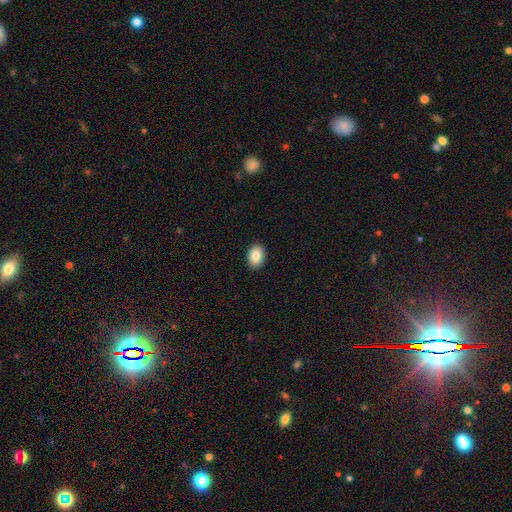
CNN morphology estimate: Q: Smooth or featured?
A: smooth (86%); runner-up: star or artifact (8%)
Q: How rounded?
A: in between (80%); runner-up: round (19%)
Q: Merging?
A: none (91%); runner-up: minor disturbance (6%)